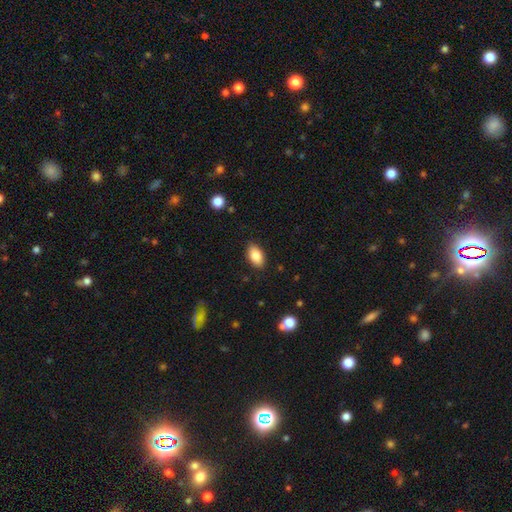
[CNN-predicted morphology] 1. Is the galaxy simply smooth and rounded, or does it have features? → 84% smooth, 9% featured or disk, 7% star or artifact.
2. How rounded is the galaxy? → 92% in between, 5% round, 2% cigar-shaped.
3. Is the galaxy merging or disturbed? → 87% none, 10% minor disturbance, 2% major disturbance, 1% merger.